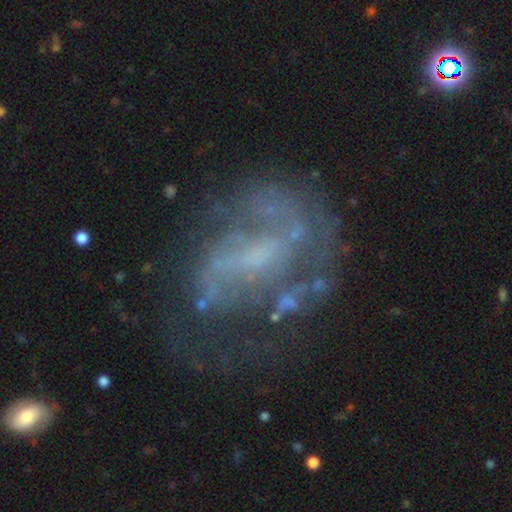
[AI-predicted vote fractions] A featured or disk galaxy (79%) with a weak bar (44%), 2 (49%) medium (43%) spiral arms (78%) and no central bulge (41%).

Vote fractions:
- Smooth or featured? featured or disk: 79% / star or artifact: 11% / smooth: 10%
- Edge-on disk? no: 97% / yes: 3%
- Bar? weak: 44% / no: 34% / strong: 22%
- Spiral arms? yes: 78% / no: 22%
- Spiral winding? medium: 43% / loose: 31% / tight: 26%
- Spiral arm count? 2: 49% / can't tell: 27% / 1: 12% / 3: 7% / 4: 3% / more than 4: 3%
- Bulge size? none: 41% / small: 39% / moderate: 17% / large: 3% / dominant: 1%
- Merging? none: 51% / major disturbance: 25% / minor disturbance: 20% / merger: 4%